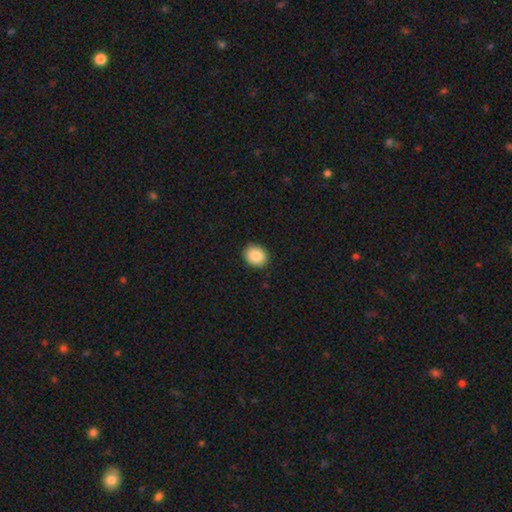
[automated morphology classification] A smooth galaxy with no disk features (86%) that is round (62%). Merging: none (90%).